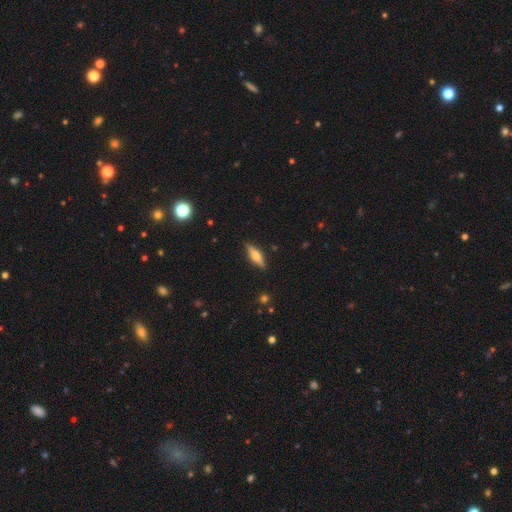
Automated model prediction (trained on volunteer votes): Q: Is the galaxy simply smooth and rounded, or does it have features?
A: smooth — 49%.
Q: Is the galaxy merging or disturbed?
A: none — 88%.